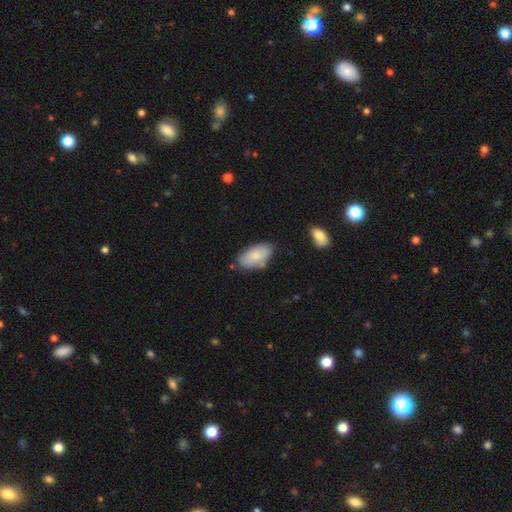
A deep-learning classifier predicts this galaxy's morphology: Smooth or featured?
  - smooth: 78% *
  - featured or disk: 16%
  - star or artifact: 6%
How rounded?
  - in between: 94% *
  - cigar-shaped: 3%
  - round: 3%
Merging?
  - none: 66% *
  - minor disturbance: 23%
  - merger: 6%
  - major disturbance: 5%